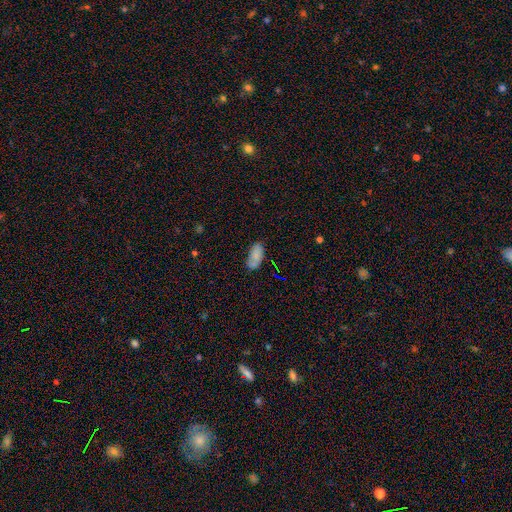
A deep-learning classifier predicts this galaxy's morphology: Smooth or featured? smooth (80%)
How rounded? in between (92%)
Merging? none (68%)